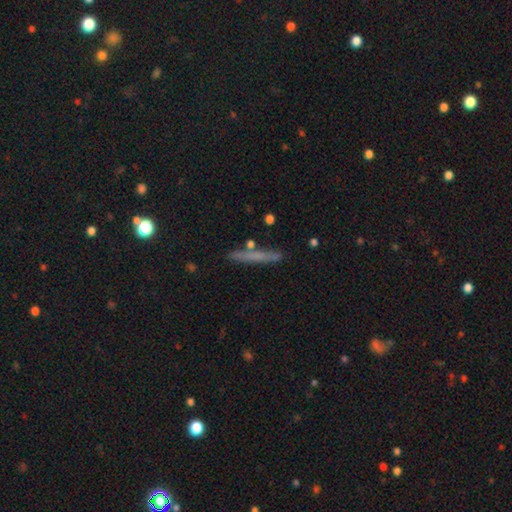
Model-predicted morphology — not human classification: Q: Smooth or featured?
A: smooth (57%); runner-up: featured or disk (35%)
Q: How rounded?
A: cigar-shaped (95%); runner-up: in between (3%)
Q: Merging?
A: none (86%); runner-up: minor disturbance (9%)